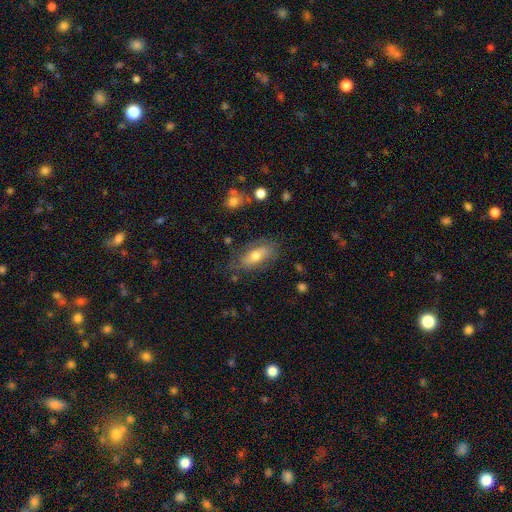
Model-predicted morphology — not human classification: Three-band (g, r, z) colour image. It shows a smooth galaxy with no disk features (59%) that is in between round and cigar-shaped (80%). Merging: none (70%).